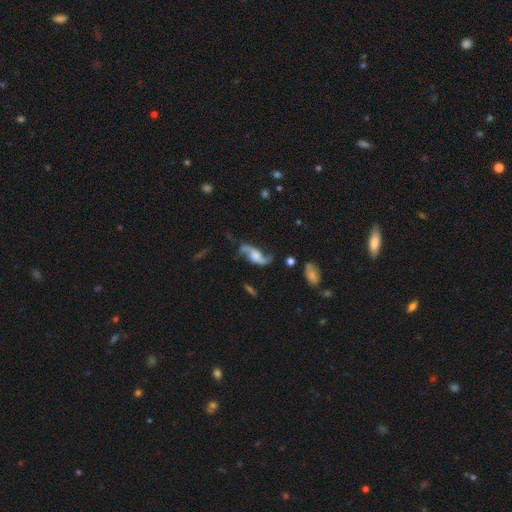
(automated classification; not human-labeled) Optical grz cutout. It shows a featured or disk galaxy (85%) with no bar (57%), 2 (93%) loose (76%) spiral arms (95%) and a large central bulge (33%). Merging: none (68%).